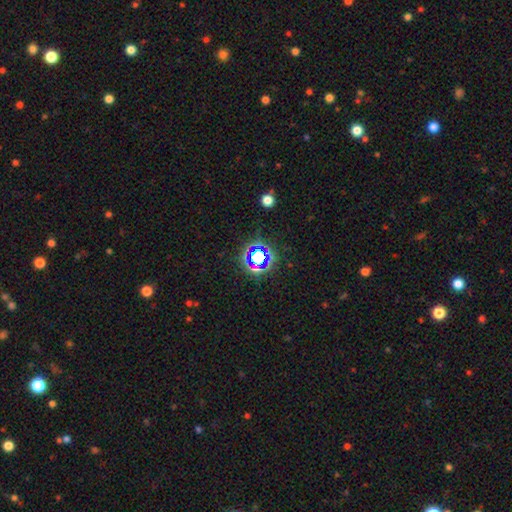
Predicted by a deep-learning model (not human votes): Morphology: type=star or artifact (71%).